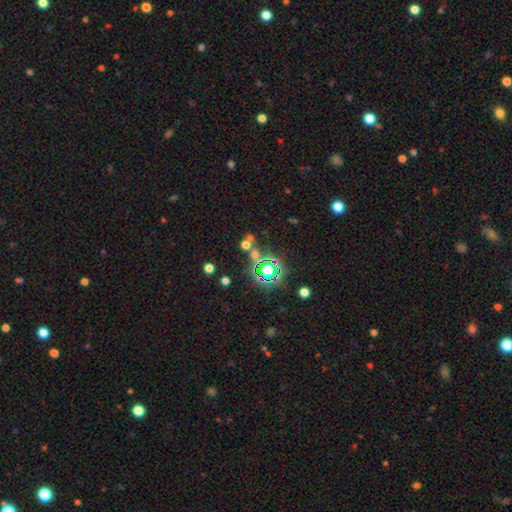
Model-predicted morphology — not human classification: smooth-or-featured: star or artifact: 71% | smooth: 20% | featured or disk: 9%